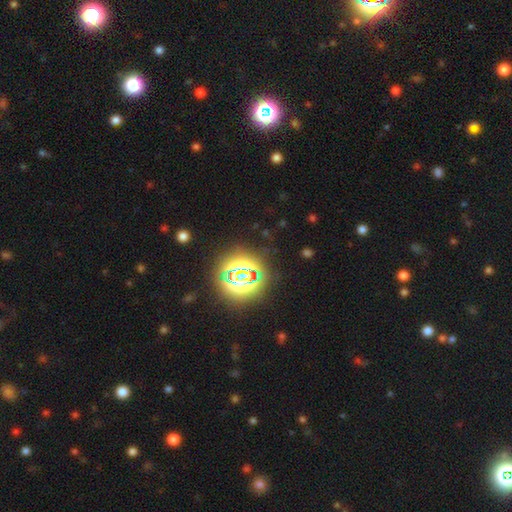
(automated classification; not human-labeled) star or artifact 82%, smooth 12%, featured or disk 6%.